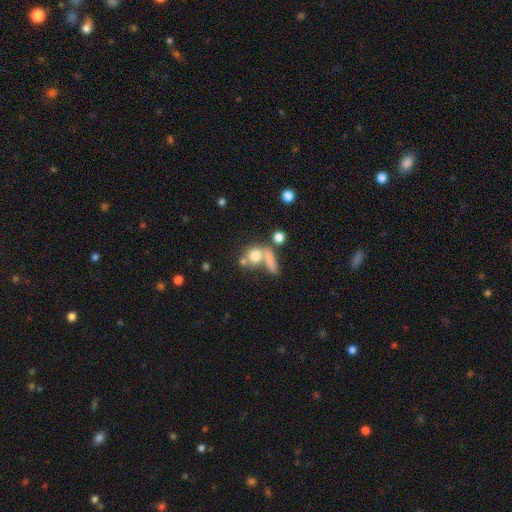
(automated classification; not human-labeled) smooth_or_featured: smooth (p=0.71) [alt: featured or disk p=0.17]
how_rounded: round (p=0.67) [alt: in between p=0.25]
merging: merger (p=0.40) [alt: none p=0.39]